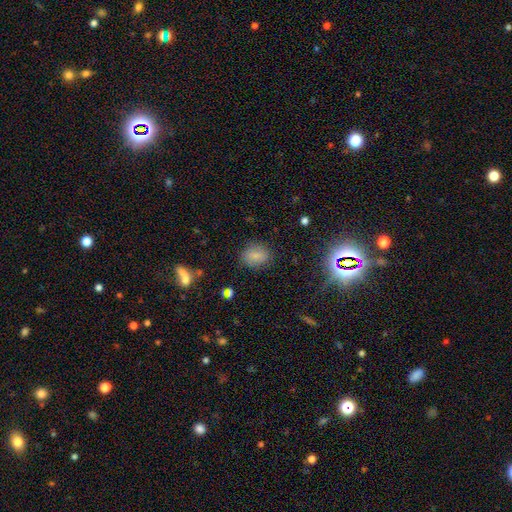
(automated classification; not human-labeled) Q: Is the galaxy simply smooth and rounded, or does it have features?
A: smooth — 75%.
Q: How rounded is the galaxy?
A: round — 57%.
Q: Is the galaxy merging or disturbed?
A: none — 82%.